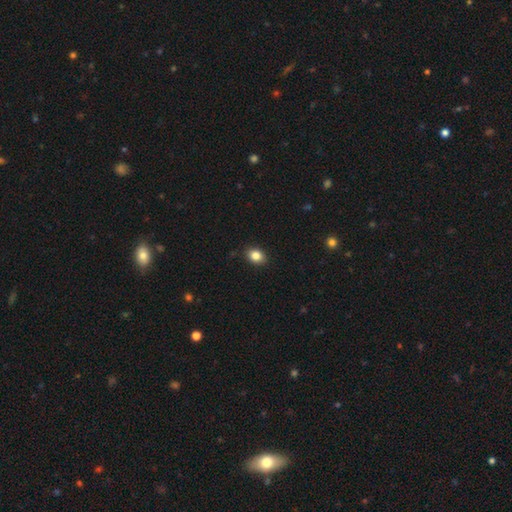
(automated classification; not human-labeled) Smooth or featured? smooth (85%)
How rounded? in between (60%)
Merging? none (88%)